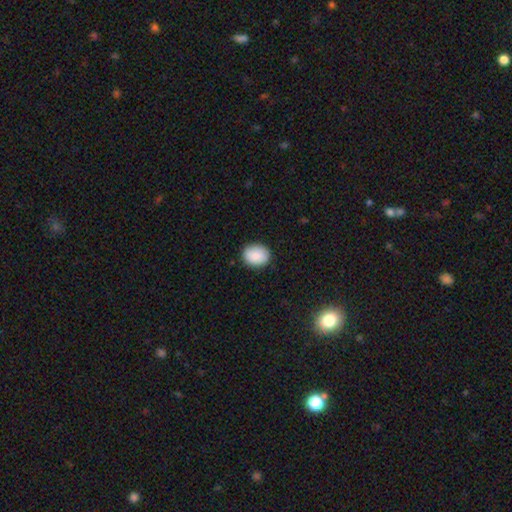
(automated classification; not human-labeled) This is clearly a smooth galaxy (89%). How rounded: possibly round (51%). Merging: clearly none (87%).